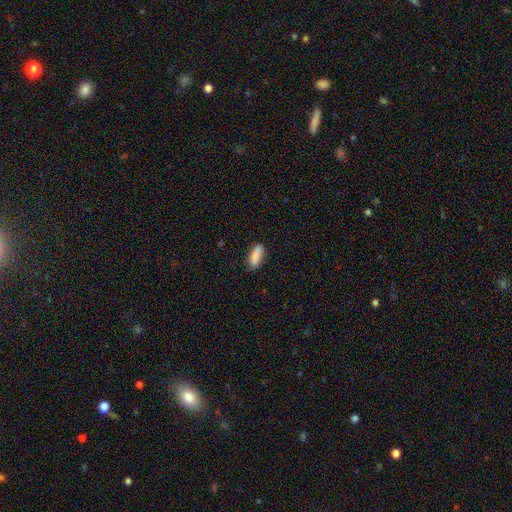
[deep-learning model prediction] Smooth or featured?
  - smooth: 87% *
  - star or artifact: 7%
  - featured or disk: 6%
How rounded?
  - in between: 62% *
  - cigar-shaped: 36%
  - round: 2%
Merging?
  - none: 81% *
  - minor disturbance: 14%
  - major disturbance: 3%
  - merger: 1%